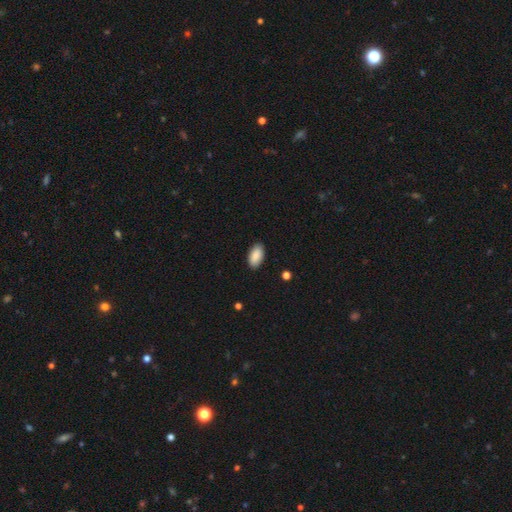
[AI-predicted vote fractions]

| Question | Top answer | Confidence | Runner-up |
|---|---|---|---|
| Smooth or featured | smooth | 89% | star or artifact (6%) |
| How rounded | in between | 95% | cigar-shaped (3%) |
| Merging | none | 89% | minor disturbance (8%) |